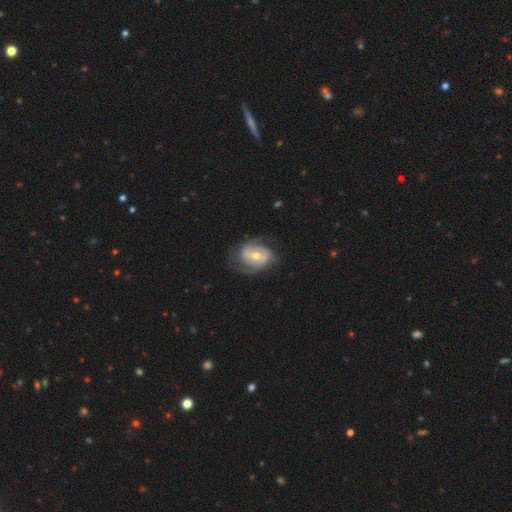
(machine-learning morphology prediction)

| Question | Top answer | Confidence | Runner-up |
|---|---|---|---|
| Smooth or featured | featured or disk | 73% | smooth (21%) |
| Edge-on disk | no | 97% | yes (3%) |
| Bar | weak | 41% | no (40%) |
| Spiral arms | yes | 86% | no (14%) |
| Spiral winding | medium | 41% | tight (38%) |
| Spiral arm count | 2 | 66% | can't tell (18%) |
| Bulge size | moderate | 66% | small (28%) |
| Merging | none | 63% | minor disturbance (22%) |